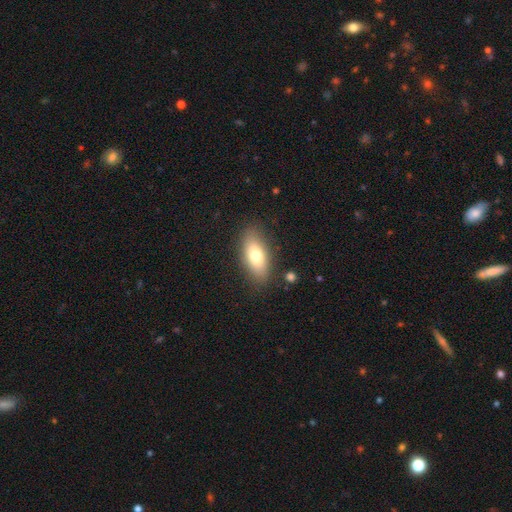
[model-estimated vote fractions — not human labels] Morphology: type=smooth (72%); roundness=in between (82%); merging=none (84%).